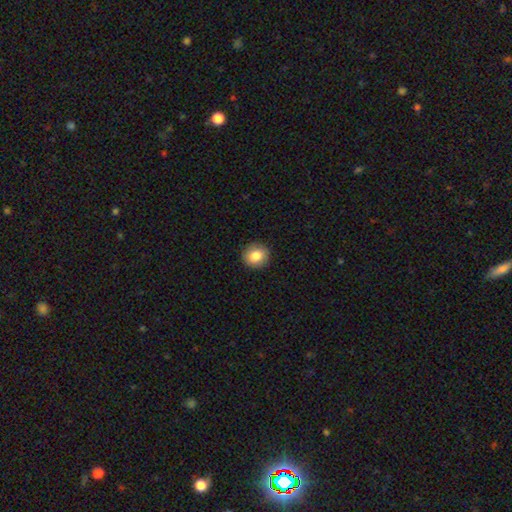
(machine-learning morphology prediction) Smooth or featured: smooth — 82% (featured or disk — 10%)
How rounded: round — 87% (in between — 12%)
Merging: none — 90% (minor disturbance — 7%)